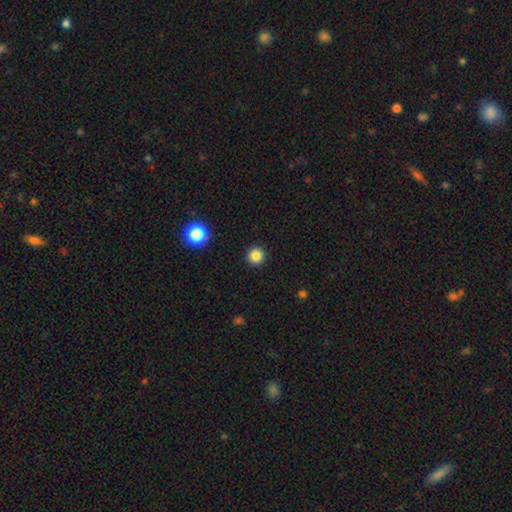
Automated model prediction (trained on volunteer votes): Morphology: type=smooth (84%); roundness=round (95%); merging=none (93%).